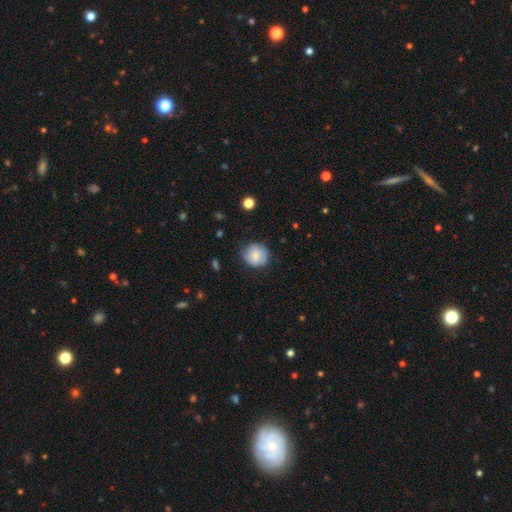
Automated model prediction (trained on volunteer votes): Smooth or featured?
  - smooth: 79% *
  - featured or disk: 13%
  - star or artifact: 7%
How rounded?
  - round: 87% *
  - in between: 12%
  - cigar-shaped: 1%
Merging?
  - none: 76% *
  - minor disturbance: 18%
  - major disturbance: 4%
  - merger: 1%